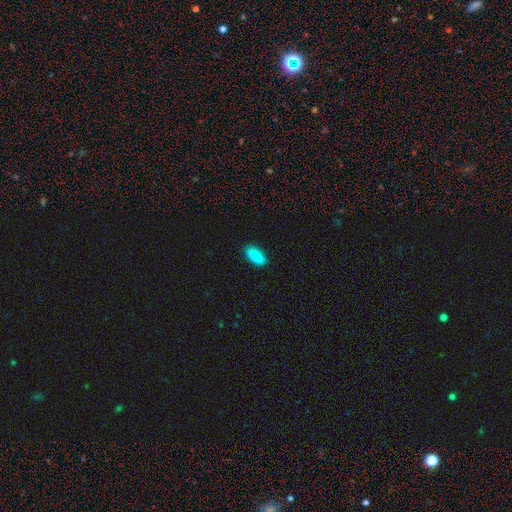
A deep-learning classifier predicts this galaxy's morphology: Overall: smooth (89%). How rounded: in between (87%). Merging: none (88%).